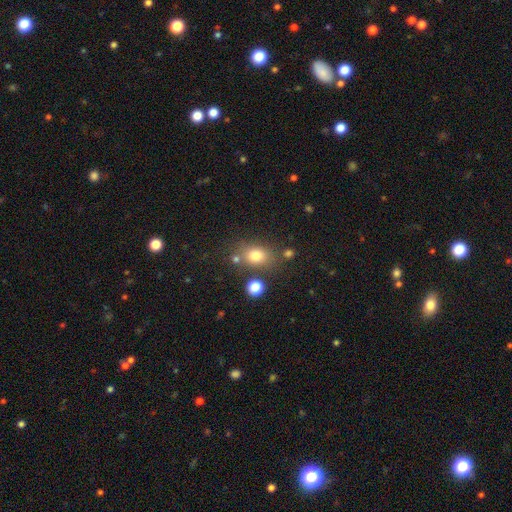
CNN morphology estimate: Overall: smooth (77%). How rounded: in between (58%; round 41%). Merging: none (70%).